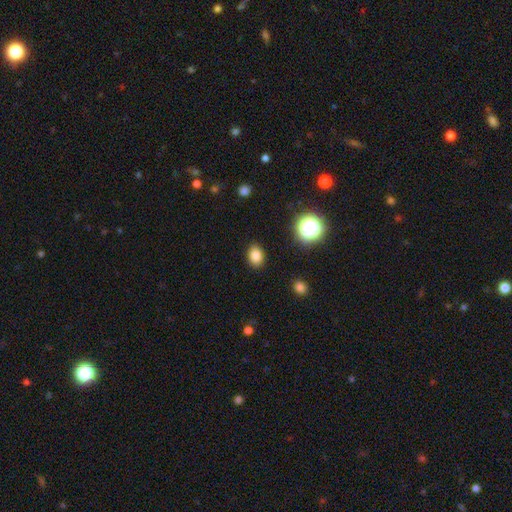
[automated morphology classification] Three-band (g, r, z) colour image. It shows a smooth galaxy with no disk features (81%) that is in between round and cigar-shaped (68%). Merging: none (88%).